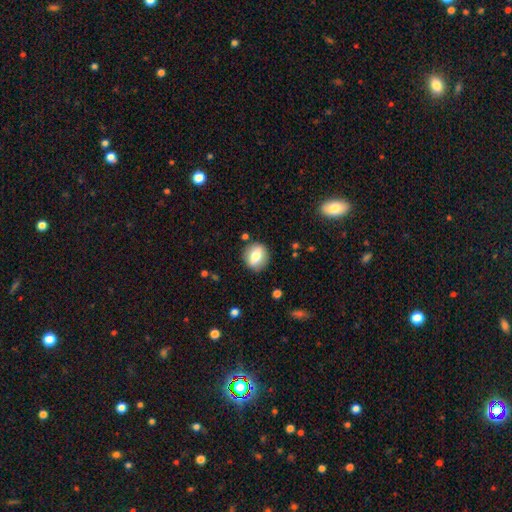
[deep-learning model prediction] A smooth galaxy with no disk features (66%) that is round (68%).

Vote fractions:
- Smooth or featured? smooth: 66% / featured or disk: 26% / star or artifact: 8%
- How rounded? round: 68% / in between: 30% / cigar-shaped: 2%
- Merging? none: 86% / minor disturbance: 9% / major disturbance: 3% / merger: 2%